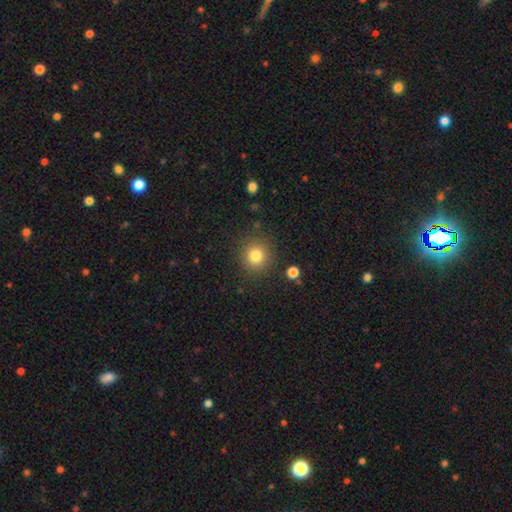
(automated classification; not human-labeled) A smooth galaxy with no disk features (81%) that is round (92%). Merging: none (87%).